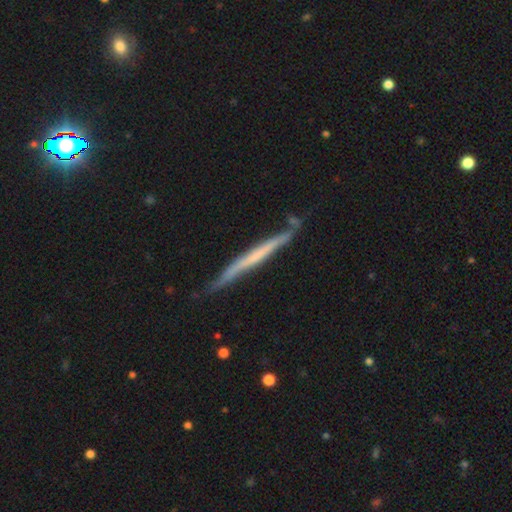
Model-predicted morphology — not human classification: A featured or disk galaxy (60%) viewed edge-on (96%) with no central bulge (81%).

Vote fractions:
- Smooth or featured? featured or disk: 60% / smooth: 35% / star or artifact: 5%
- Edge-on disk? yes: 96% / no: 4%
- Edge-on bulge? none: 81% / rounded: 11% / boxy: 8%
- Merging? none: 77% / minor disturbance: 17% / merger: 3% / major disturbance: 3%